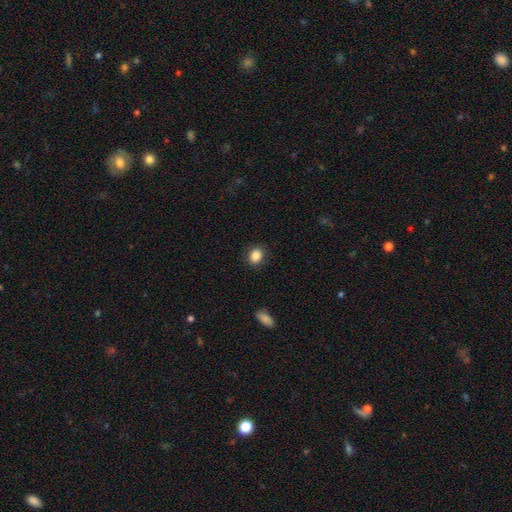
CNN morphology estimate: A smooth galaxy with no disk features (87%) that is round (51%).

Vote fractions:
- Smooth or featured? smooth: 87% / star or artifact: 9% / featured or disk: 4%
- How rounded? round: 51% / in between: 48% / cigar-shaped: 1%
- Merging? none: 87% / minor disturbance: 9% / major disturbance: 3% / merger: 1%